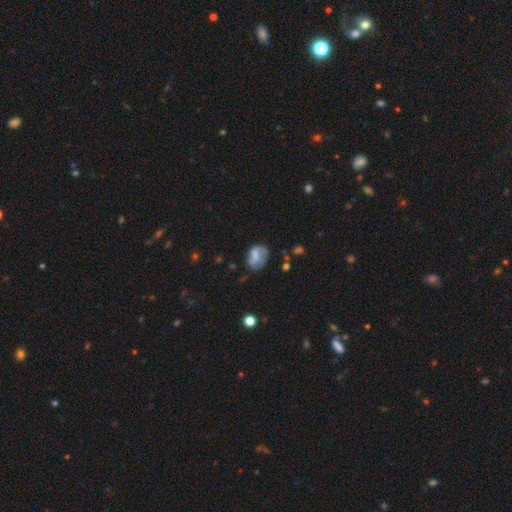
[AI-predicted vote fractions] Smooth or featured? smooth (52%)
How rounded? in between (63%)
Merging? none (39%)